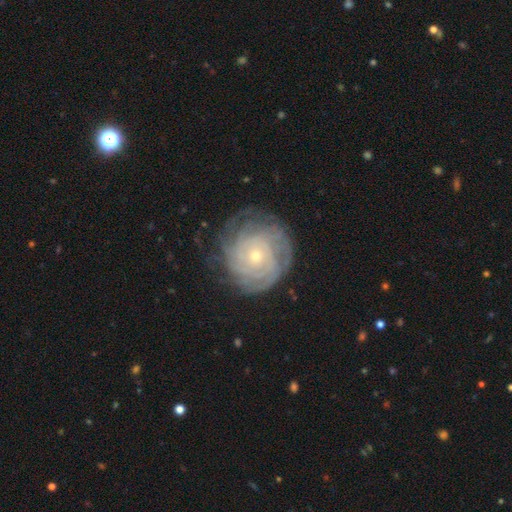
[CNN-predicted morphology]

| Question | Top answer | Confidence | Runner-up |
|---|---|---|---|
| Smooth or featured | featured or disk | 81% | smooth (12%) |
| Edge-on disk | no | 97% | yes (3%) |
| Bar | no | 81% | weak (15%) |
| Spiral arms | yes | 94% | no (6%) |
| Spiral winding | tight | 84% | medium (13%) |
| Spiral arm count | can't tell | 44% | 4 (16%) |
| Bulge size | small | 72% | moderate (25%) |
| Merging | none | 73% | minor disturbance (18%) |